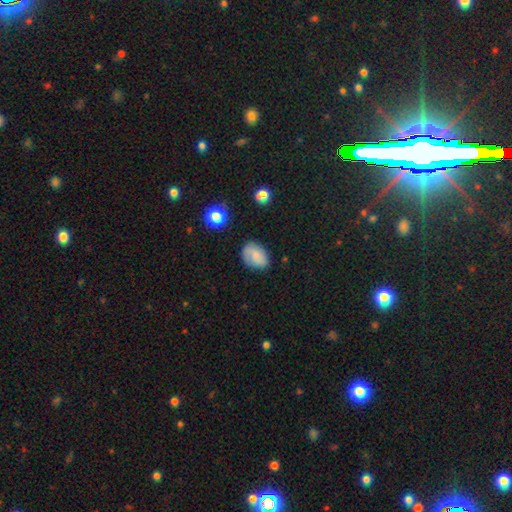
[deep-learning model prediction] Smooth or featured? smooth (70%)
How rounded? in between (76%)
Merging? none (73%)